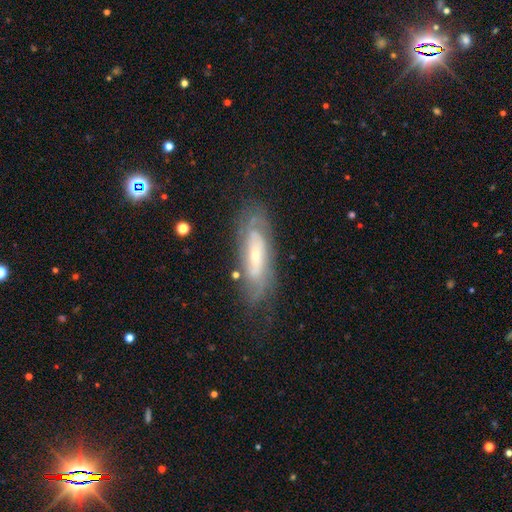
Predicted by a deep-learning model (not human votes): A featured or disk galaxy (72%) with no bar (58%), spiral arms (81%) and a small central bulge (65%). Merging: none (69%).